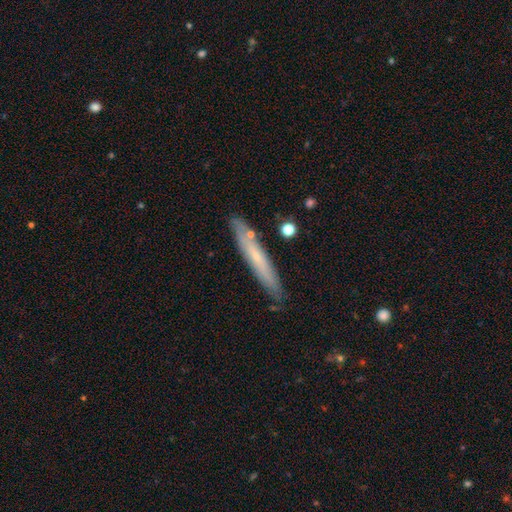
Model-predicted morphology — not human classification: Smooth or featured? Predicted: smooth (p=0.49). Merging? Predicted: none (p=0.82).